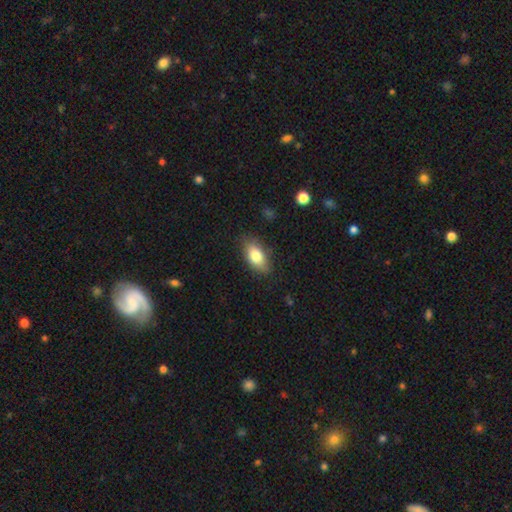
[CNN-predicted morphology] type=smooth (80%); roundness=in between (89%); merging=none (80%).